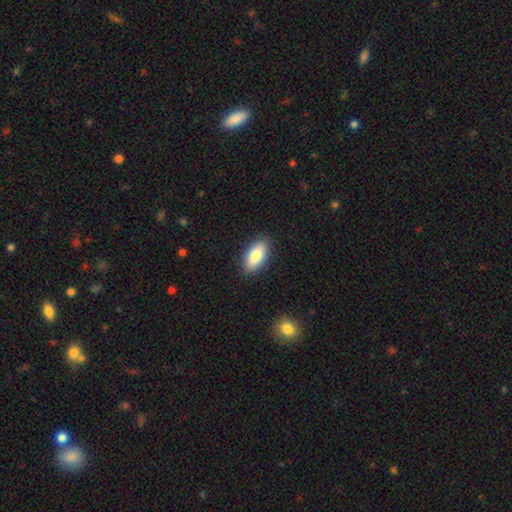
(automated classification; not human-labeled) Morphology: type=smooth (81%); roundness=in between (87%); merging=none (89%).